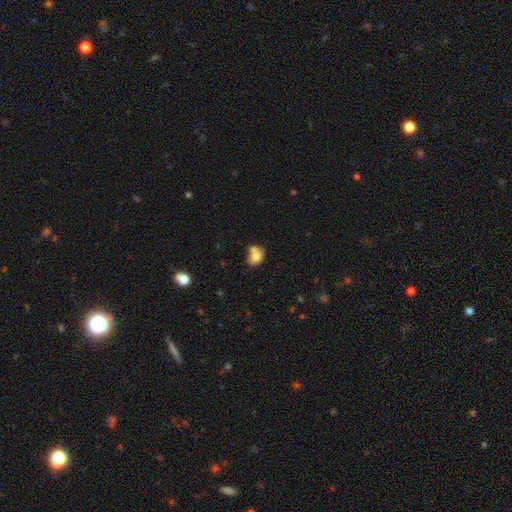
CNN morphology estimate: The model was most divided on "how rounded": in between: 53%, round: 46%, cigar-shaped: 1%. Remaining: smooth or featured — smooth (75%); merging — merger (47%).